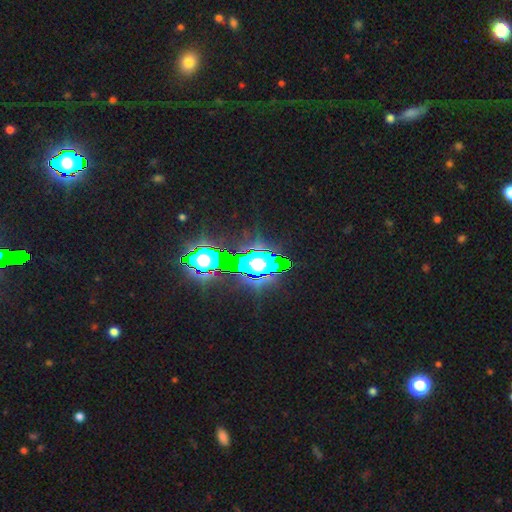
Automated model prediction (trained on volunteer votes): Smooth or featured: star or artifact — 82% (smooth — 11%)